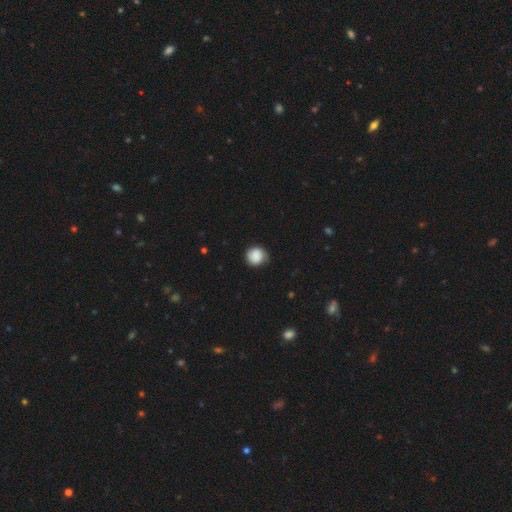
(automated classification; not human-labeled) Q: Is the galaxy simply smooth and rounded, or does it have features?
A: smooth — 77%.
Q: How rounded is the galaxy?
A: round — 88%.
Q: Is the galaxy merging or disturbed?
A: none — 78%.